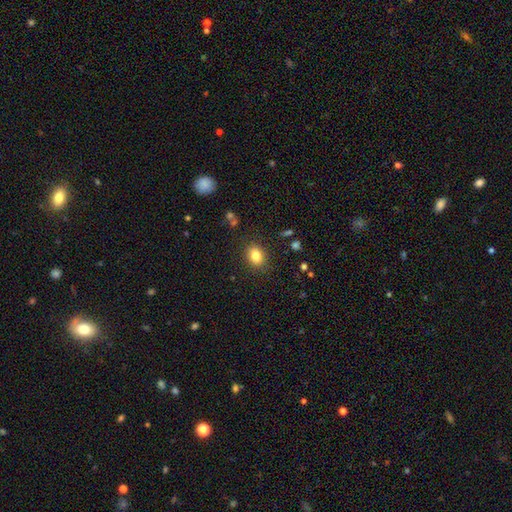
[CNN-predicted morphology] A smooth galaxy with no disk features (82%) that is in between round and cigar-shaped (61%). Merging: none (85%).